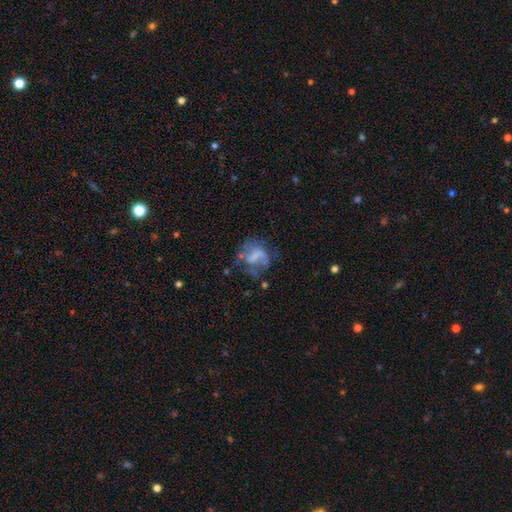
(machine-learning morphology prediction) Smooth or featured? featured or disk (54%)
Edge-on disk? no (97%)
Bar? no (42%)
Spiral arms? no (54%)
Bulge size? none (50%)
Merging? none (38%)